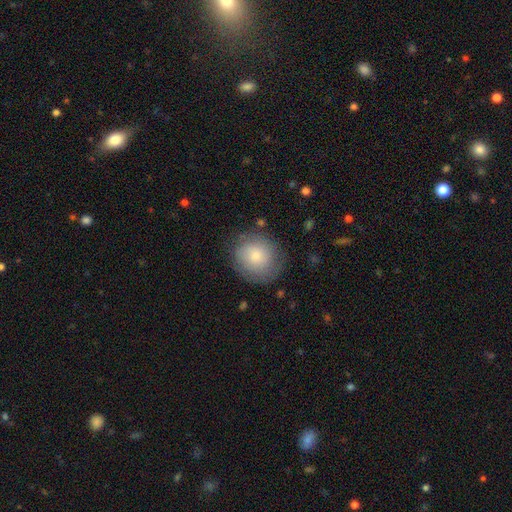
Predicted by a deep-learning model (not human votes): smooth 76%, featured or disk 16%, star or artifact 7%. Down the decision tree: how rounded — round (83%); merging — none (76%).